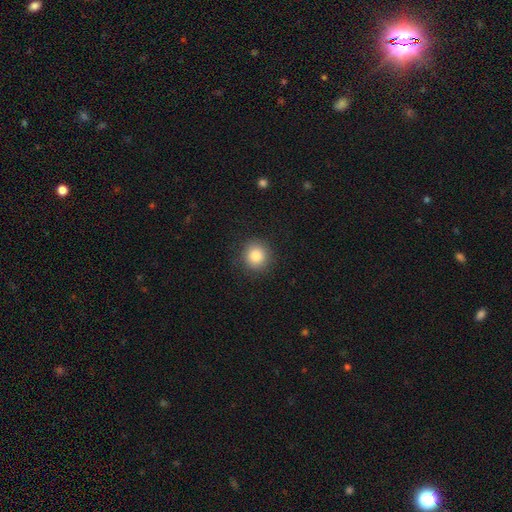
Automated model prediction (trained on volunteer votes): Q: Smooth or featured?
A: smooth (84%); runner-up: star or artifact (9%)
Q: How rounded?
A: round (87%); runner-up: in between (12%)
Q: Merging?
A: none (88%); runner-up: minor disturbance (8%)